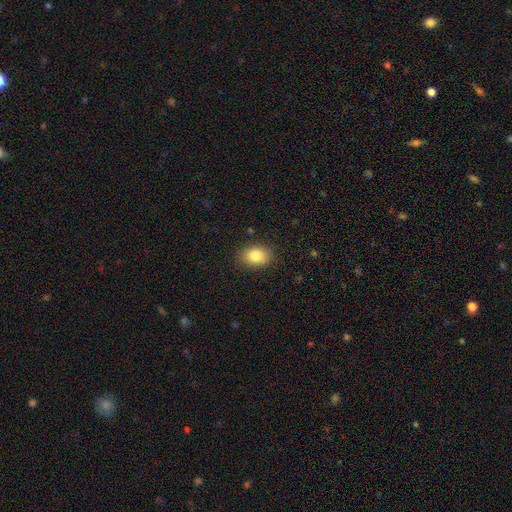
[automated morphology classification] Q: Smooth or featured?
A: smooth (83%); runner-up: featured or disk (9%)
Q: How rounded?
A: in between (78%); runner-up: round (21%)
Q: Merging?
A: none (86%); runner-up: minor disturbance (11%)